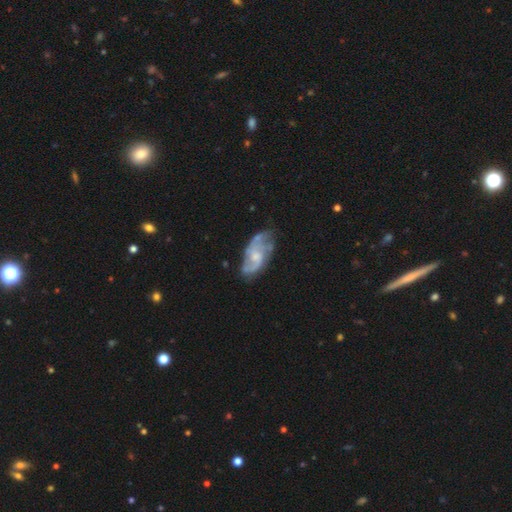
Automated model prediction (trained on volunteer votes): smooth_or_featured: featured or disk (p=0.79) [alt: smooth p=0.15]
disk_edge_on: no (p=0.96) [alt: yes p=0.04]
bar: no (p=0.60) [alt: weak p=0.35]
has_spiral_arms: yes (p=0.90) [alt: no p=0.10]
spiral_winding: medium (p=0.47) [alt: loose p=0.28]
spiral_arm_count: 2 (p=0.47) [alt: can't tell p=0.23]
bulge_size: moderate (p=0.40) [tied with: small p=0.40]
merging: none (p=0.57) [alt: minor disturbance p=0.26]